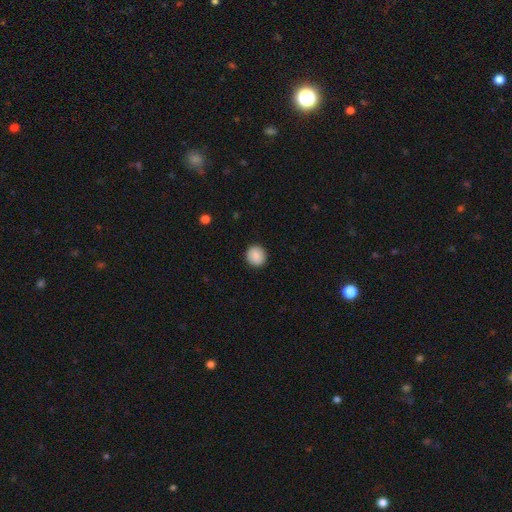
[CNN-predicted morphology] Smooth or featured? smooth (88%)
How rounded? round (90%)
Merging? none (92%)